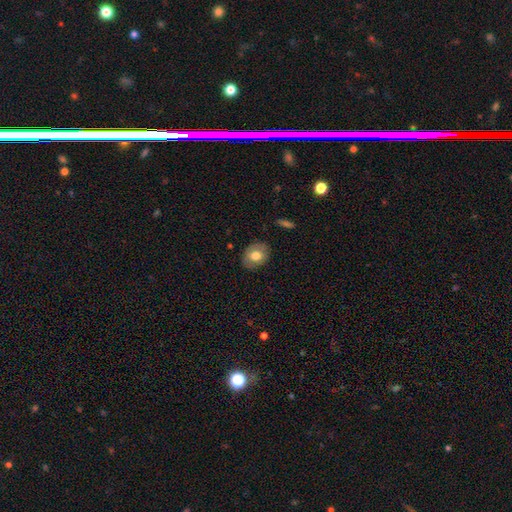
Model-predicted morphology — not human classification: smooth 72%, featured or disk 20%, star or artifact 7%. Down the decision tree: how rounded — in between (60%); merging — none (86%).